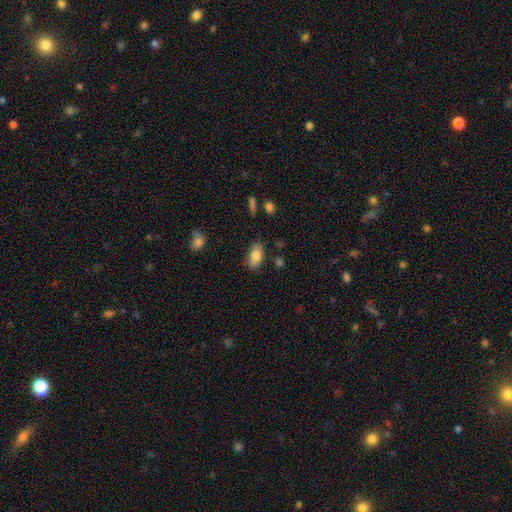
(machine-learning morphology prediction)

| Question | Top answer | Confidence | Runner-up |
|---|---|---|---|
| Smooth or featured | smooth | 81% | featured or disk (11%) |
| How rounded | in between | 91% | cigar-shaped (5%) |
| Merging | none | 82% | minor disturbance (13%) |